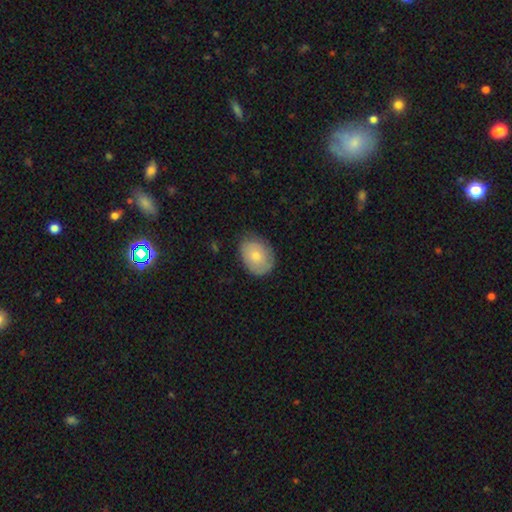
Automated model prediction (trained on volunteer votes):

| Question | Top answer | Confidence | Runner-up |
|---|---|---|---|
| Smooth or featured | smooth | 72% | featured or disk (21%) |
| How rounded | in between | 62% | round (37%) |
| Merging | none | 70% | minor disturbance (24%) |